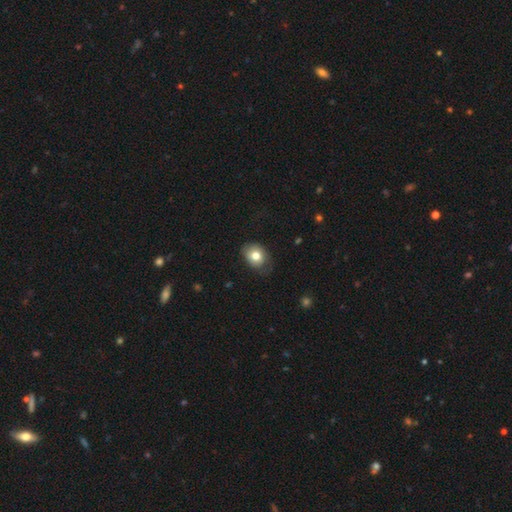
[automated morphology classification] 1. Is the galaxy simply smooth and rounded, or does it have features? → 75% smooth, 17% featured or disk, 8% star or artifact.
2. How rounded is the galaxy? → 58% in between, 41% round, 1% cigar-shaped.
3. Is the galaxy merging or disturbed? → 59% none, 29% minor disturbance, 11% major disturbance, 1% merger.